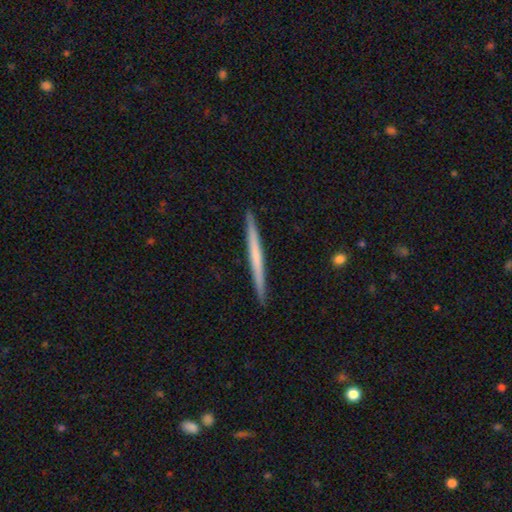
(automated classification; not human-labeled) featured or disk 49%, smooth 46%, star or artifact 5%. Down the decision tree: merging — none (93%).